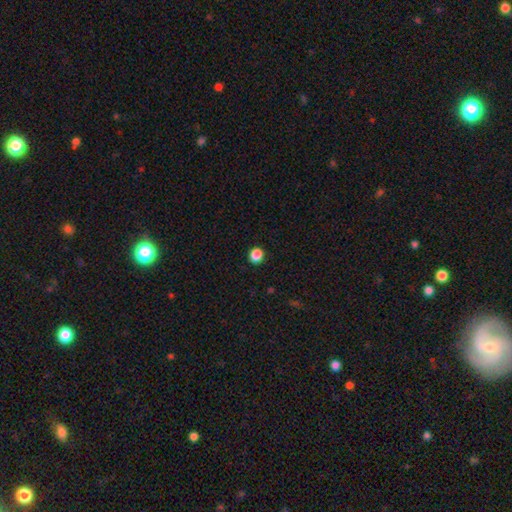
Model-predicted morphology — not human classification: Q: Smooth or featured?
A: smooth (86%); runner-up: star or artifact (11%)
Q: How rounded?
A: round (81%); runner-up: in between (18%)
Q: Merging?
A: none (92%); runner-up: minor disturbance (5%)